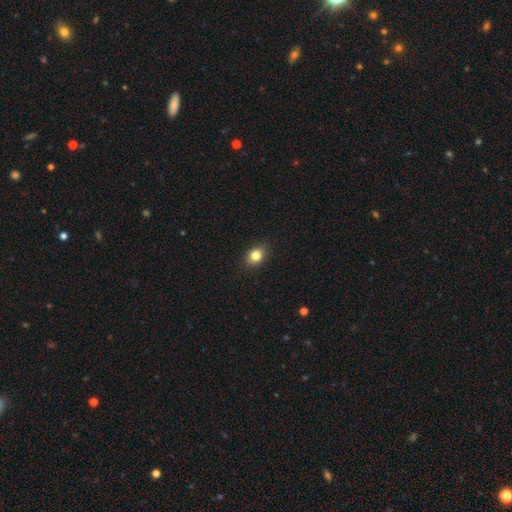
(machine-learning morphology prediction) Overall: smooth (82%). How rounded: in between (61%; round 38%). Merging: none (88%).